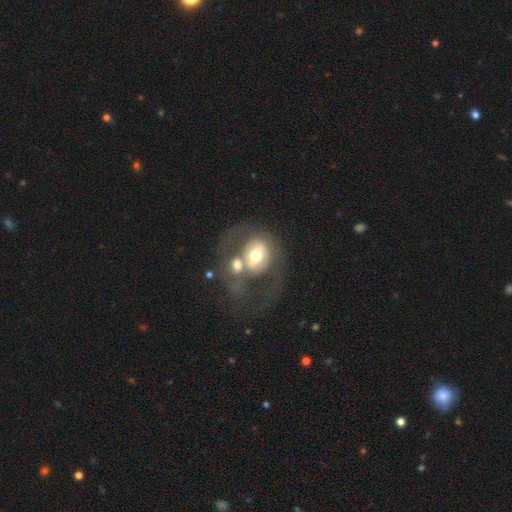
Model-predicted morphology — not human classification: featured or disk 53%, smooth 38%, star or artifact 9%. Down the decision tree: edge-on disk — no (94%); bar — no (62%); spiral arms — no (69%); bulge size — moderate (66%); merging — merger (45%).